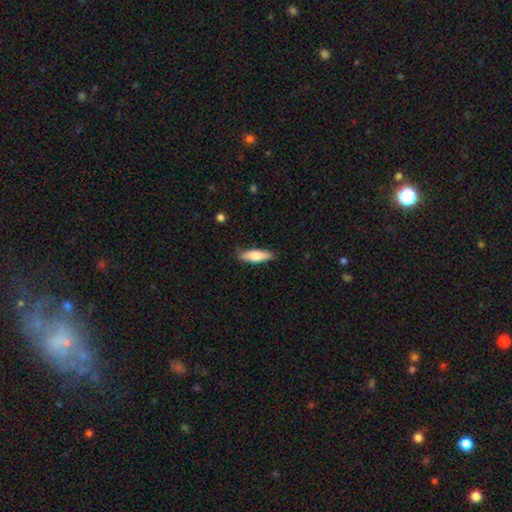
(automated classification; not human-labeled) Smooth or featured: smooth — 78% (featured or disk — 17%)
How rounded: cigar-shaped — 54% (in between — 44%)
Merging: none — 83% (minor disturbance — 14%)